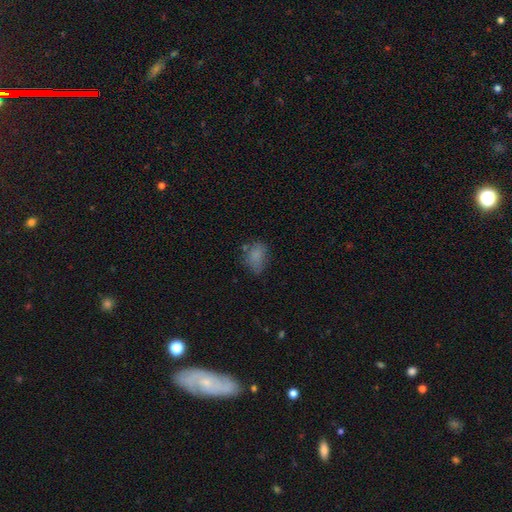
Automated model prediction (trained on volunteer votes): Morphology: type=smooth (77%); roundness=in between (71%); merging=none (56%).